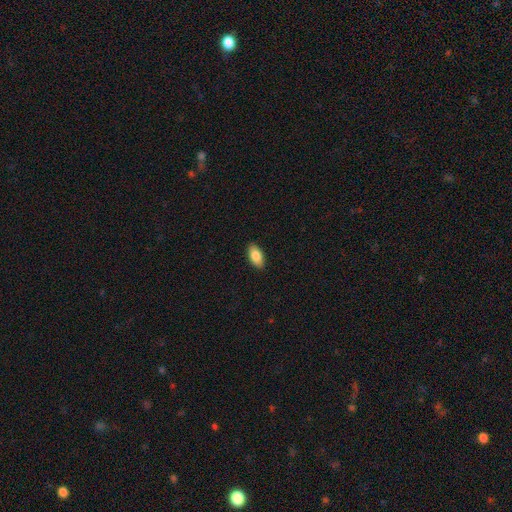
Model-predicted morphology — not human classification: smooth_or_featured: smooth (p=0.86) [alt: featured or disk p=0.08]
how_rounded: in between (p=0.92) [alt: cigar-shaped p=0.06]
merging: none (p=0.90) [alt: minor disturbance p=0.08]